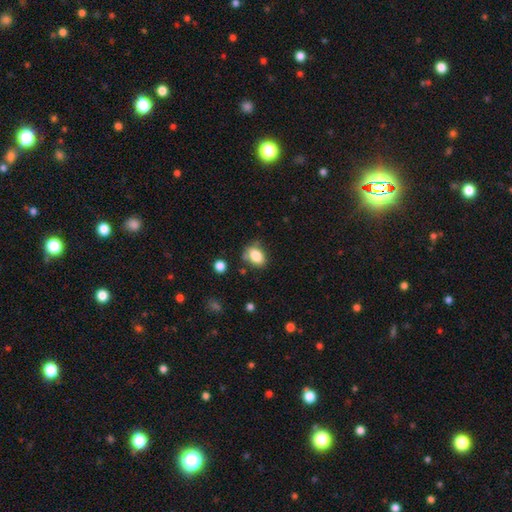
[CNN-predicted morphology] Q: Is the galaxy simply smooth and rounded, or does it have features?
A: smooth — 83%.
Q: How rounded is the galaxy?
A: in between — 80%.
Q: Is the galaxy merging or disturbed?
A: none — 65%.